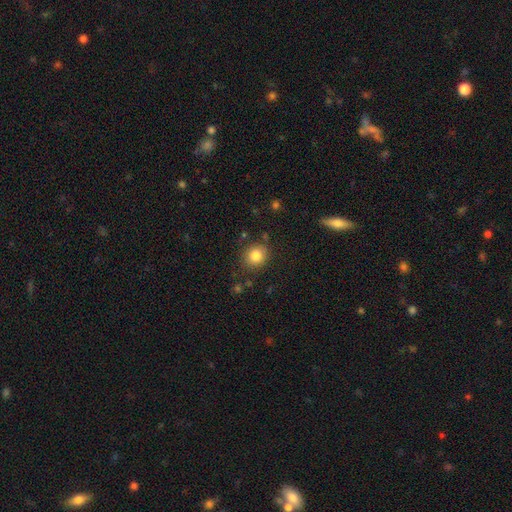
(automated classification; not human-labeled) Morphology: type=smooth (82%); roundness=round (81%); merging=none (84%).